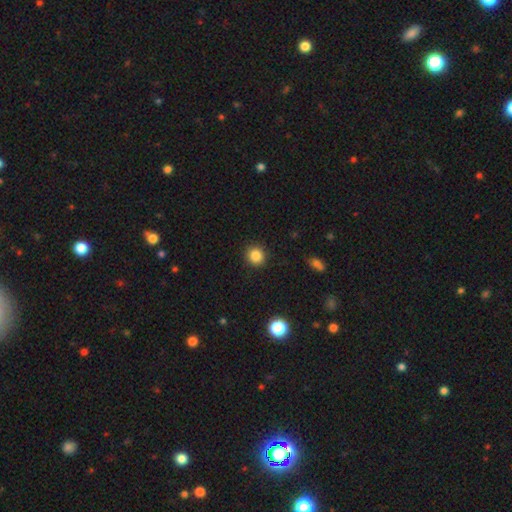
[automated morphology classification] Smooth or featured? Predicted: smooth (p=0.85). How rounded? Predicted: round (p=0.91). Merging? Predicted: none (p=0.91).